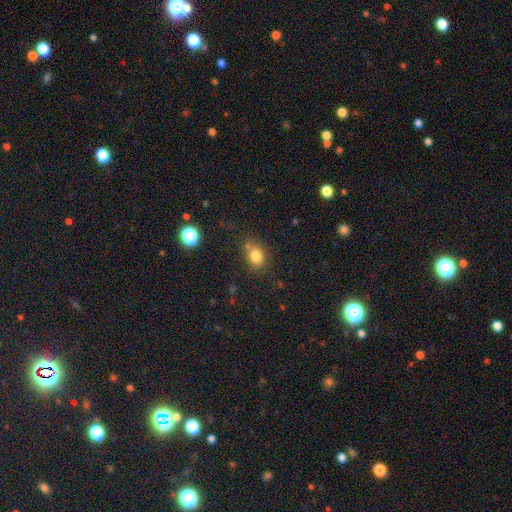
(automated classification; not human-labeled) smooth-or-featured: smooth: 79% | star or artifact: 13% | featured or disk: 8%
  how-rounded: in between: 56% | round: 43% | cigar-shaped: 1%
  merging: none: 67% | minor disturbance: 17% | merger: 11% | major disturbance: 5%